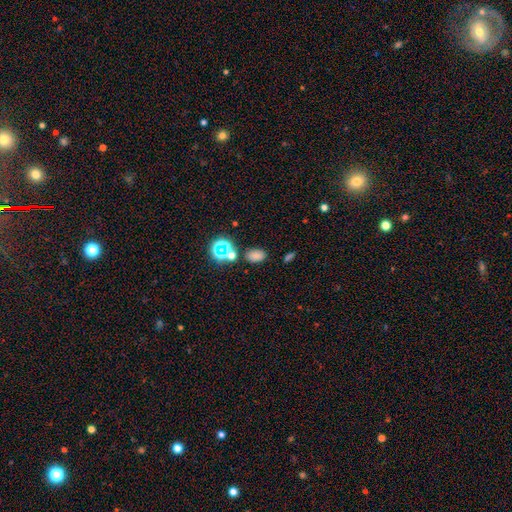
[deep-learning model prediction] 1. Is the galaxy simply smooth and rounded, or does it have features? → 72% smooth, 21% star or artifact, 6% featured or disk.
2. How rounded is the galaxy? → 83% in between, 16% round, 2% cigar-shaped.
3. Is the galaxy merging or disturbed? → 77% none, 10% minor disturbance, 9% merger, 3% major disturbance.